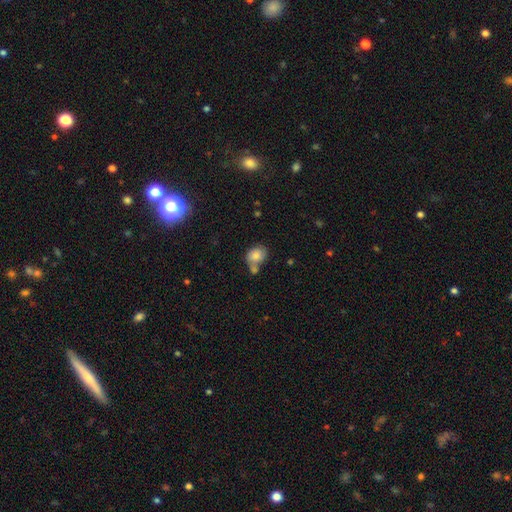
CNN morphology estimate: Overall: smooth (81%). How rounded: round (56%; in between 43%). Merging: none (46%; merger 35%).